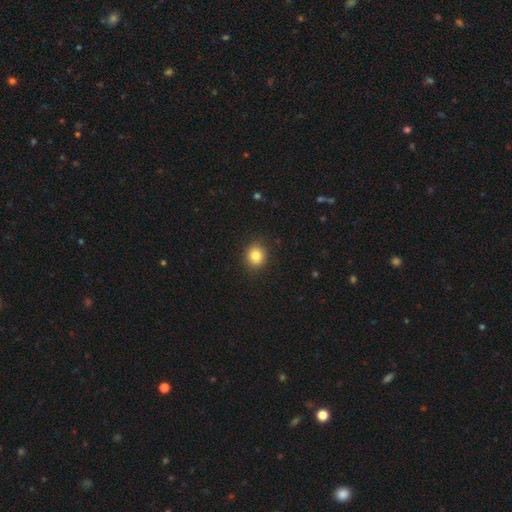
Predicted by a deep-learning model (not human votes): smooth_or_featured: smooth (p=0.83) [alt: star or artifact p=0.11]
how_rounded: round (p=0.81) [alt: in between p=0.18]
merging: none (p=0.89) [alt: minor disturbance p=0.08]